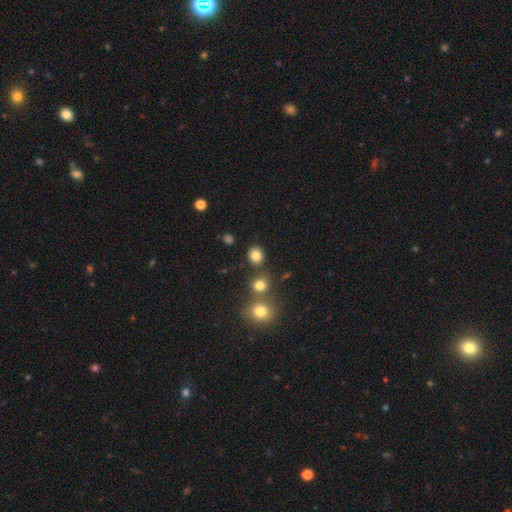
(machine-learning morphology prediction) smooth 82%, star or artifact 13%, featured or disk 5%. Down the decision tree: how rounded — round (75%); merging — none (79%).